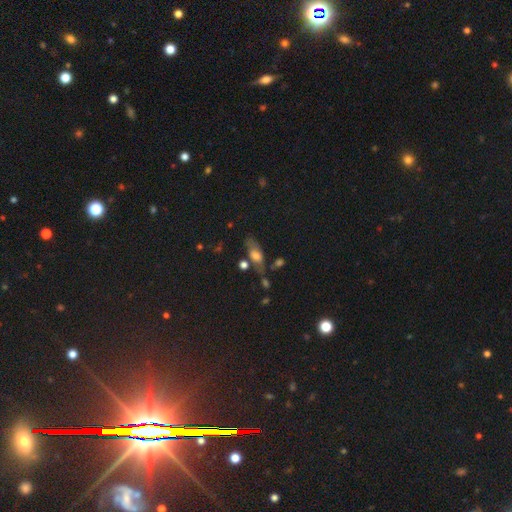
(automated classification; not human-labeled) smooth_or_featured: smooth (p=0.57) [alt: featured or disk p=0.32]
how_rounded: in between (p=0.78) [alt: cigar-shaped p=0.16]
merging: none (p=0.56) [alt: minor disturbance p=0.22]